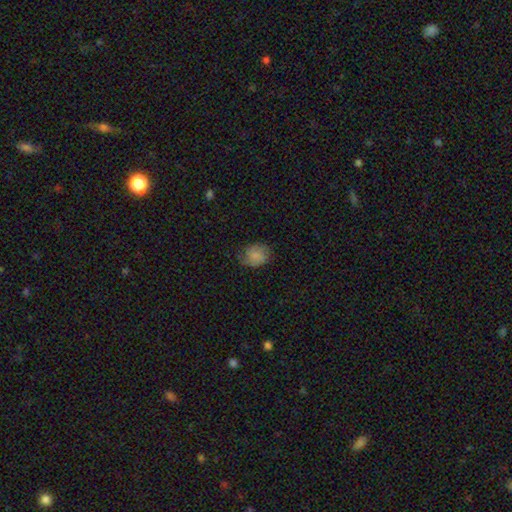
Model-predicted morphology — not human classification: Smooth or featured?
  - smooth: 76% *
  - featured or disk: 15%
  - star or artifact: 9%
How rounded?
  - round: 59% *
  - in between: 41%
  - cigar-shaped: 1%
Merging?
  - none: 66% *
  - minor disturbance: 26%
  - major disturbance: 7%
  - merger: 1%